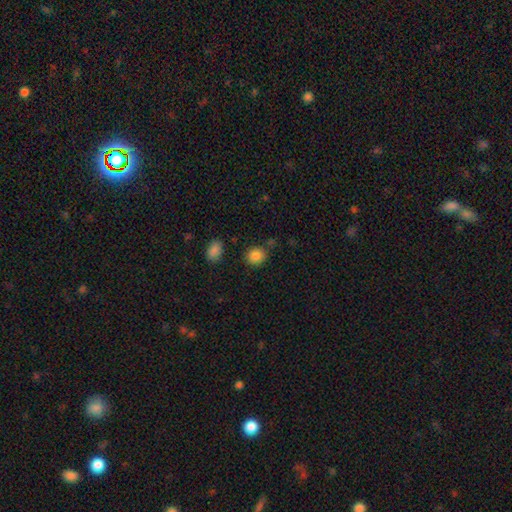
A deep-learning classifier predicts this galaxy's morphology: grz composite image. It shows a smooth galaxy with no disk features (86%) that is round (72%). Merging: none (81%).